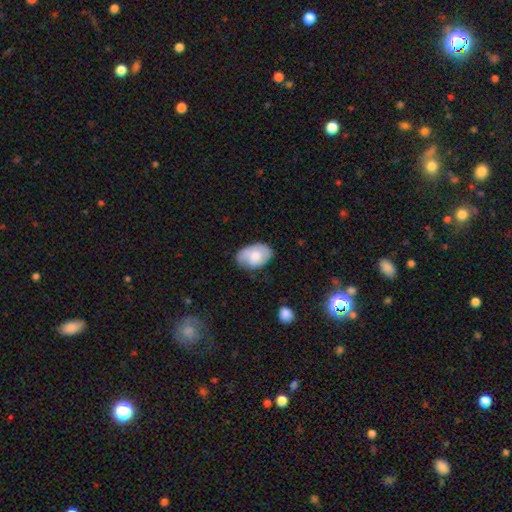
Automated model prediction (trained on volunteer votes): Smooth or featured?
  - smooth: 69% *
  - featured or disk: 24%
  - star or artifact: 7%
How rounded?
  - in between: 88% *
  - round: 11%
  - cigar-shaped: 1%
Merging?
  - none: 62% *
  - minor disturbance: 29%
  - major disturbance: 6%
  - merger: 2%